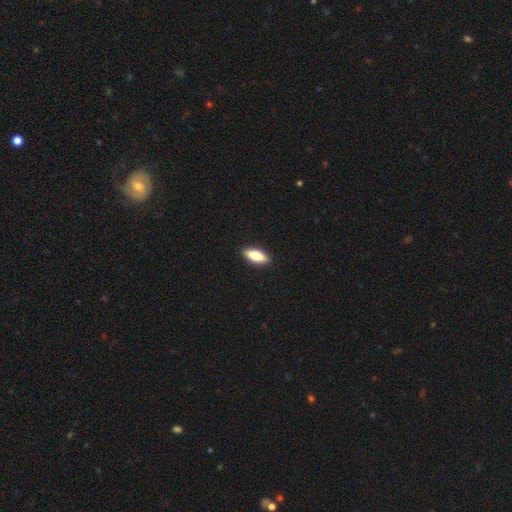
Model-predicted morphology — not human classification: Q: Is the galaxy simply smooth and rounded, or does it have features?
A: smooth — 72%.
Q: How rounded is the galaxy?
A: in between — 66%.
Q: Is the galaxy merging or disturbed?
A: none — 91%.